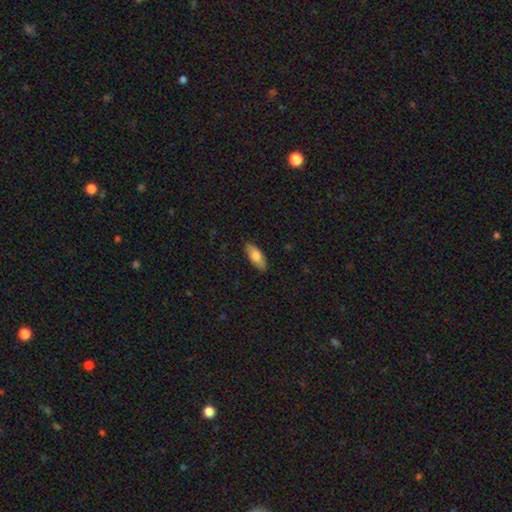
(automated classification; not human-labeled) smooth 75%, featured or disk 19%, star or artifact 6%. Down the decision tree: how rounded — in between (77%); merging — none (86%).